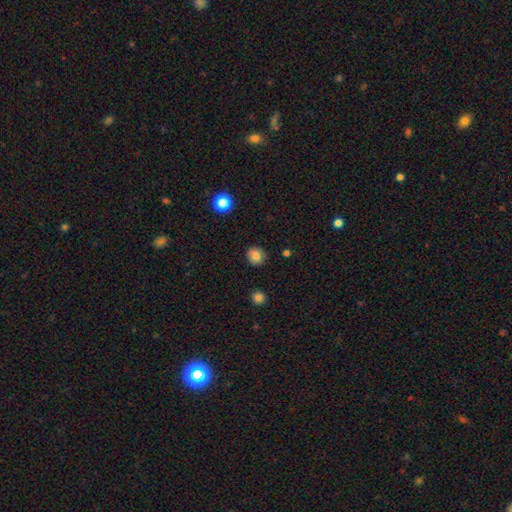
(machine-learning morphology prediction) Overall: smooth (82%). How rounded: round (87%). Merging: none (90%).